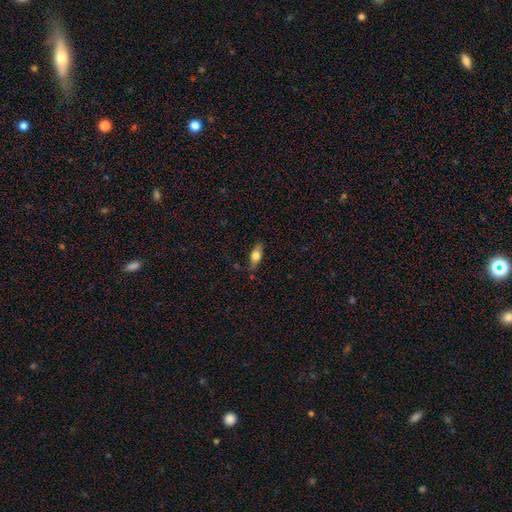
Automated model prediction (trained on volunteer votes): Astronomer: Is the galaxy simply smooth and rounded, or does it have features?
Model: smooth — 69%.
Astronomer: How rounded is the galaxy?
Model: in between — 79%.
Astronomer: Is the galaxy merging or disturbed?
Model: none — 72%.